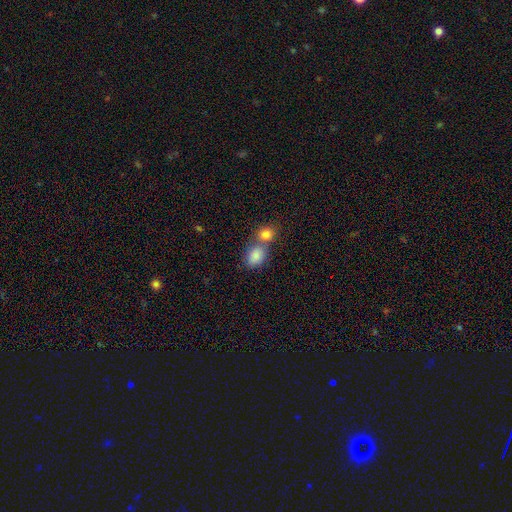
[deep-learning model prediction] A smooth galaxy with no disk features (84%) that is in between round and cigar-shaped (70%).

Vote fractions:
- Smooth or featured? smooth: 84% / star or artifact: 9% / featured or disk: 7%
- How rounded? in between: 70% / round: 29% / cigar-shaped: 2%
- Merging? merger: 49% / none: 38% / minor disturbance: 9% / major disturbance: 4%